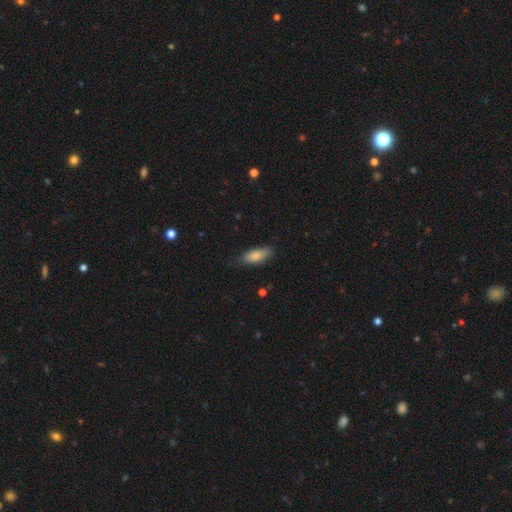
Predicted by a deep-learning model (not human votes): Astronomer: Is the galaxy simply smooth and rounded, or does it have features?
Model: smooth — 83%.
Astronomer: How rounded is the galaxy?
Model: in between — 76%.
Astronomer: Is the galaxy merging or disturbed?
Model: none — 71%.